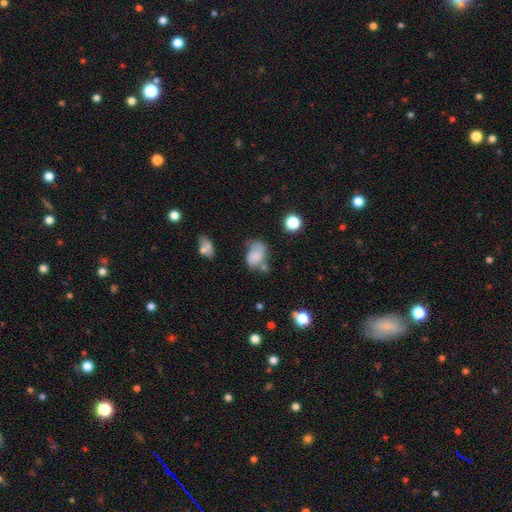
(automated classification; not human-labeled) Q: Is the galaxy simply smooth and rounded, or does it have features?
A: smooth — 70%.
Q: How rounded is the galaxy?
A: in between — 79%.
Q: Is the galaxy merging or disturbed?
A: none — 32%.